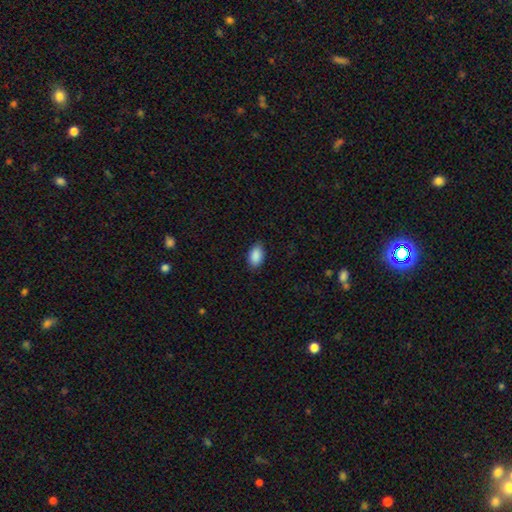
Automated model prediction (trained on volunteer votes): smooth 90%, star or artifact 7%, featured or disk 3%. Down the decision tree: how rounded — in between (93%); merging — none (86%).